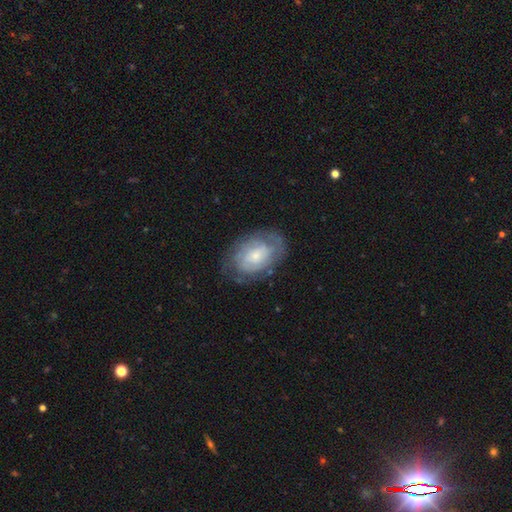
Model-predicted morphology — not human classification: Overall: featured or disk (65%; smooth 28%). Edge-on disk: no (96%). Bar: no (68%). Spiral arms: yes (77%). Bulge size: small (57%; moderate 33%). Merging: none (70%).